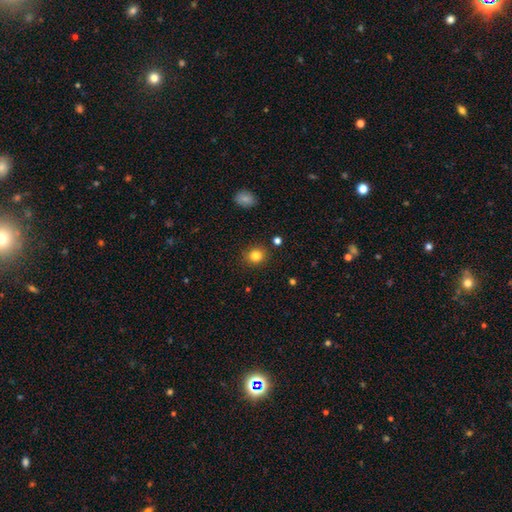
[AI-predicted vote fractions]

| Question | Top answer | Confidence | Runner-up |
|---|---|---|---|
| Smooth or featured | smooth | 82% | star or artifact (12%) |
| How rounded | round | 81% | in between (18%) |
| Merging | none | 89% | minor disturbance (7%) |